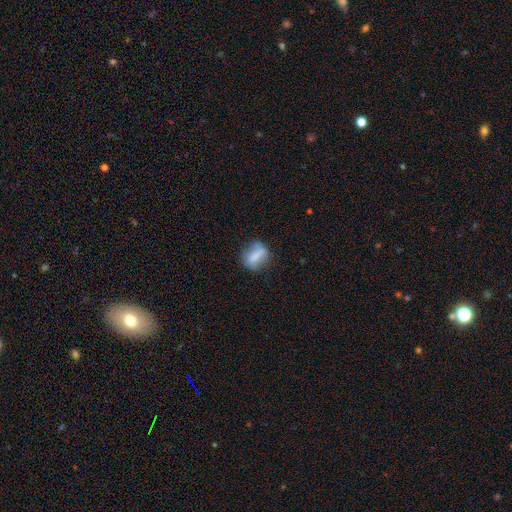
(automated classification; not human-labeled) This appears to be a smooth galaxy with no disk features (68%) that is in between round and cigar-shaped (55%). Merging: none (63%).